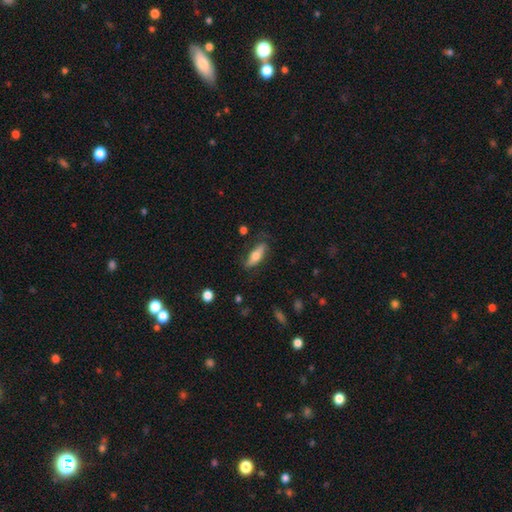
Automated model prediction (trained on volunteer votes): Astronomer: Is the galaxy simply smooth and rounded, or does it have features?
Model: smooth — 60%.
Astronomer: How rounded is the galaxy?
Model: in between — 53% (runner-up: cigar-shaped, 44%).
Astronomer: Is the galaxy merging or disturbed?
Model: none — 74%.